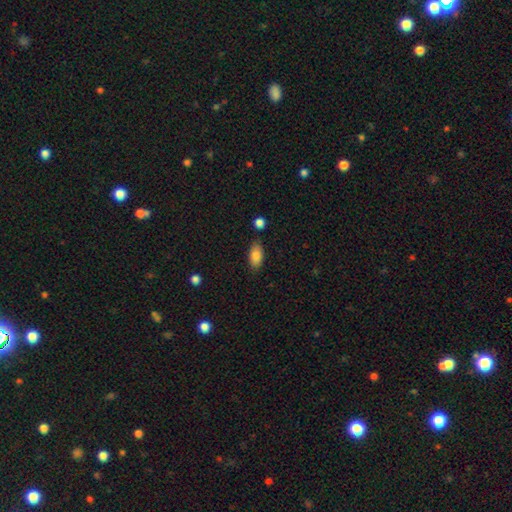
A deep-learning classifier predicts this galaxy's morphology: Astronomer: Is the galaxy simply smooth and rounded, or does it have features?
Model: smooth — 84%.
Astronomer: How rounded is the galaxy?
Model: in between — 91%.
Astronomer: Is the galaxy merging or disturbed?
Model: none — 81%.